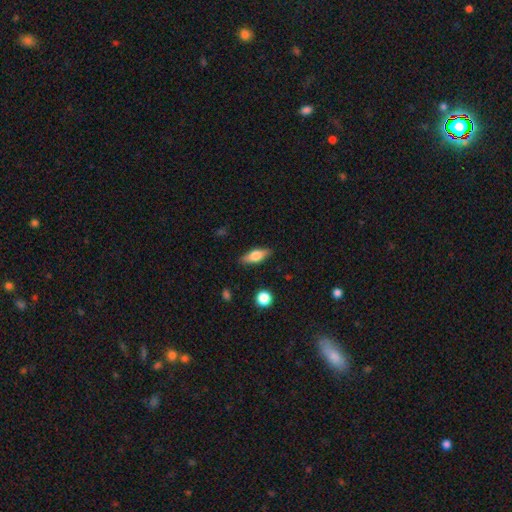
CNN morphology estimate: Overall: smooth (60%; featured or disk 32%). How rounded: in between (70%). Merging: none (86%).